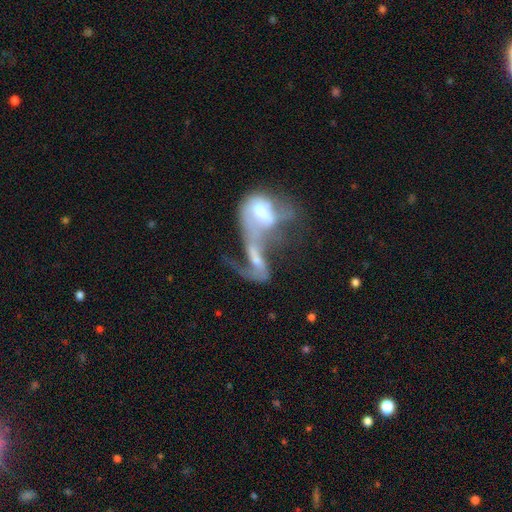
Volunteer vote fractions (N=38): A featured or disk galaxy (61%) with a weak bar (39%, tied with no), 1 (67%) loose (67%) spiral arms (65%) and a moderate central bulge (48%).

Vote fractions:
- Smooth or featured? featured or disk: 61% / smooth: 34% / star or artifact: 5%
- Edge-on disk? no: 100% / yes: 0%
- Bar? weak: 39% (tied) / no: 39% (tied) / strong: 22%
- Spiral arms? yes: 65% / no: 35%
- Spiral winding? loose: 67% / medium: 33% / tight: 0%
- Spiral arm count? 1: 67% / 2: 20% / can't tell: 13% / 3: 0% / 4: 0% / more than 4: 0%
- Bulge size? moderate: 48% / small: 35% / none: 13% / large: 4% / dominant: 0%
- Merging? merger: 83% / major disturbance: 8% / none: 6% / minor disturbance: 3%